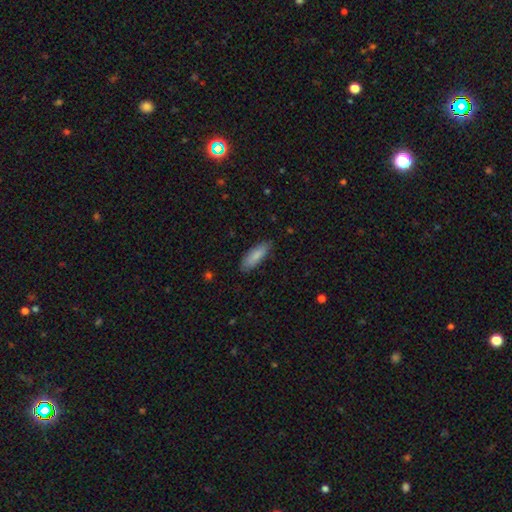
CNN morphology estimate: Overall: smooth (85%). How rounded: in between (59%; cigar-shaped 39%). Merging: none (83%).